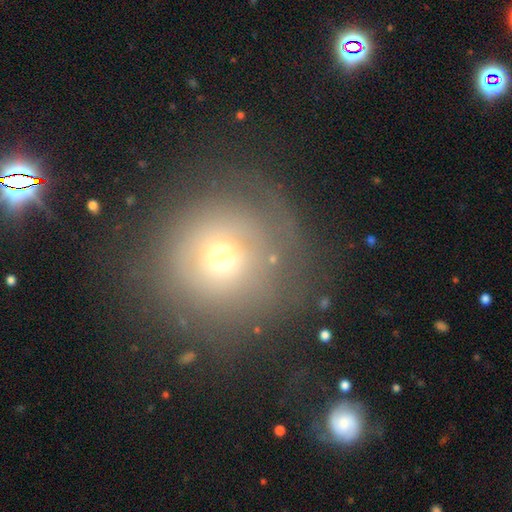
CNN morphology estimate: Smooth or featured? Predicted: smooth (p=0.53). How rounded? Predicted: round (p=0.94). Merging? Predicted: none (p=0.78).